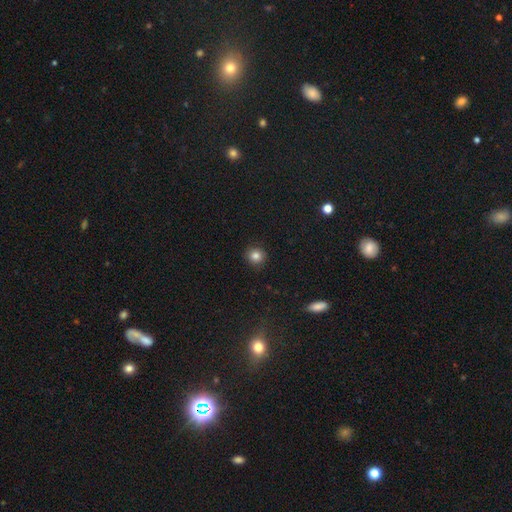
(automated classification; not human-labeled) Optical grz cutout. It shows a smooth galaxy with no disk features (84%) that is round (91%). Merging: none (90%).